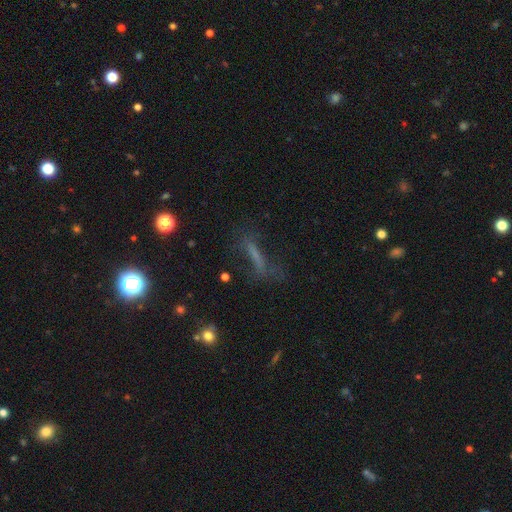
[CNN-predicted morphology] Q: Smooth or featured?
A: smooth (42%); runner-up: featured or disk (34%)
Q: Merging?
A: none (56%); runner-up: minor disturbance (20%)